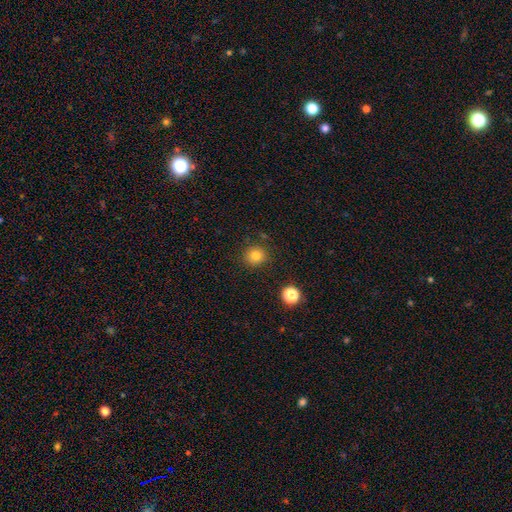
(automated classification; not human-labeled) The model was most divided on "smooth or featured": smooth: 80%, star or artifact: 13%, featured or disk: 6%. More confident: how rounded — round (91%); merging — none (88%).